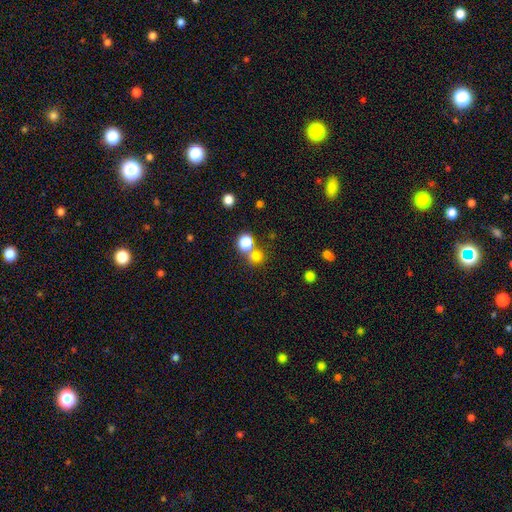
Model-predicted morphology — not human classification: This appears to be a smooth galaxy with no disk features (67%) that is round (88%). Merging: none (59%).